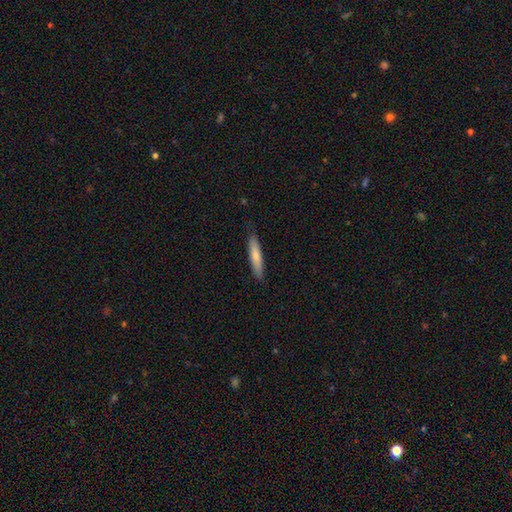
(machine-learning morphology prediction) Smooth or featured? Predicted: smooth (p=0.74). How rounded? Predicted: cigar-shaped (p=0.88). Merging? Predicted: none (p=0.87).